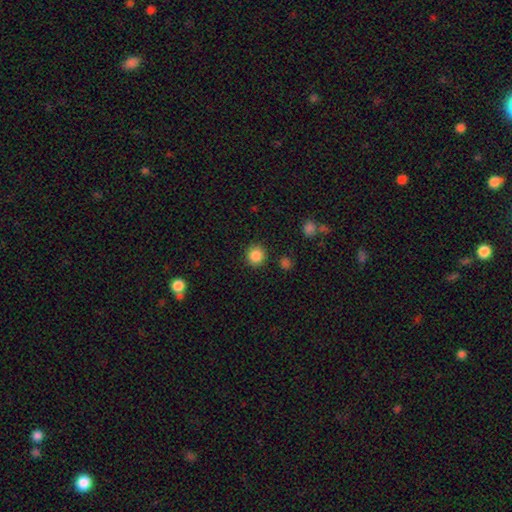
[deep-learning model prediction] smooth_or_featured: smooth (p=0.86) [alt: star or artifact p=0.10]
how_rounded: round (p=0.92) [alt: in between p=0.07]
merging: none (p=0.89) [alt: minor disturbance p=0.07]